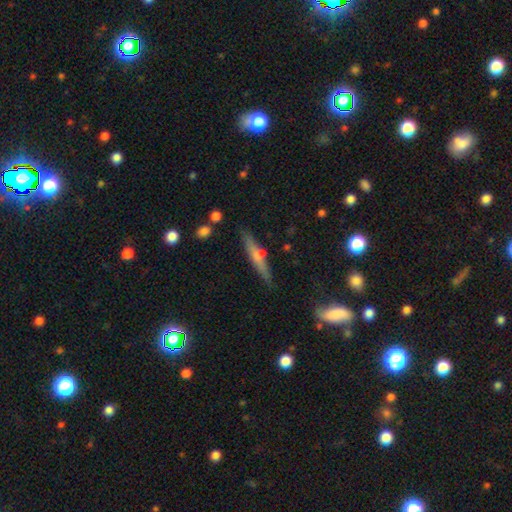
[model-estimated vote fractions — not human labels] smooth_or_featured: featured or disk (p=0.62) [alt: smooth p=0.25]
disk_edge_on: yes (p=0.94) [alt: no p=0.06]
edge_on_bulge: rounded (p=0.83) [alt: none p=0.10]
merging: none (p=0.82) [alt: minor disturbance p=0.12]